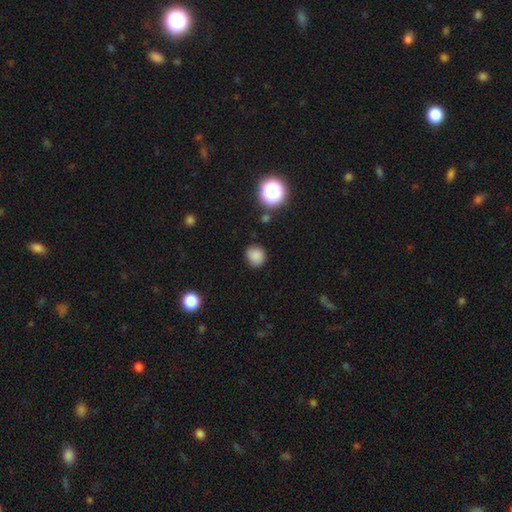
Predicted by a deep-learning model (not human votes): Smooth or featured: smooth — 82% (star or artifact — 13%)
How rounded: round — 82% (in between — 17%)
Merging: none — 82% (minor disturbance — 13%)